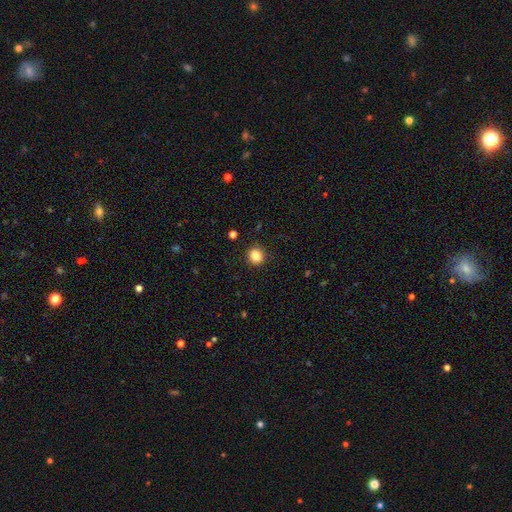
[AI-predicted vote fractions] Smooth or featured: smooth — 86% (star or artifact — 10%)
How rounded: round — 79% (in between — 20%)
Merging: none — 88% (minor disturbance — 8%)